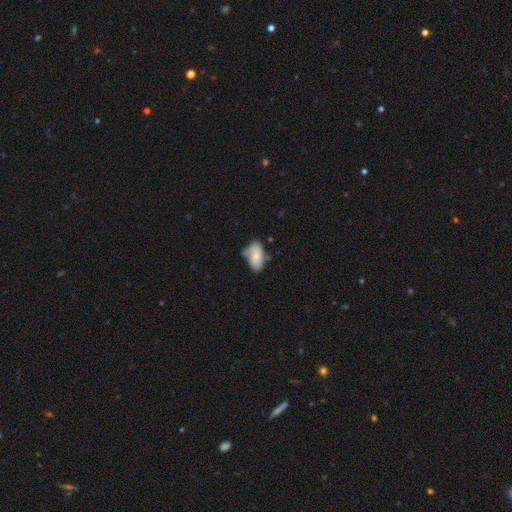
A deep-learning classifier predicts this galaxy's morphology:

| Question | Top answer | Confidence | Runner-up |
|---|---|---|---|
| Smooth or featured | smooth | 81% | featured or disk (12%) |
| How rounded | in between | 94% | round (4%) |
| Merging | none | 54% | minor disturbance (27%) |